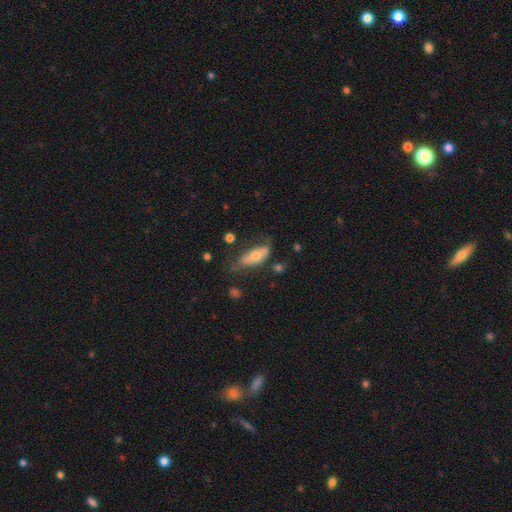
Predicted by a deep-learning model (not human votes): smooth_or_featured: smooth (p=0.54) [alt: featured or disk p=0.38]
how_rounded: in between (p=0.74) [alt: cigar-shaped p=0.23]
merging: none (p=0.47) [alt: minor disturbance p=0.32]